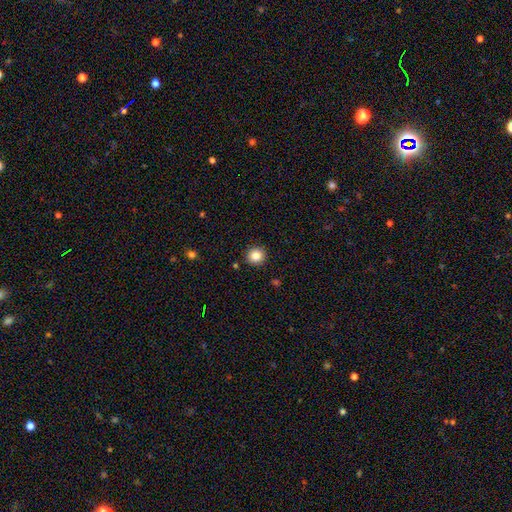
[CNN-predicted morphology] Overall: smooth (85%). How rounded: round (93%). Merging: none (91%).